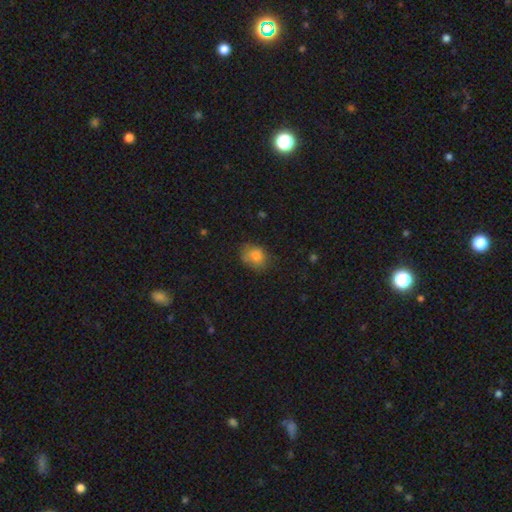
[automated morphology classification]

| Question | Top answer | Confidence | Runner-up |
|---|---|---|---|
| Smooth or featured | smooth | 82% | star or artifact (10%) |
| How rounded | in between | 51% | round (48%) |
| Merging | none | 65% | minor disturbance (25%) |